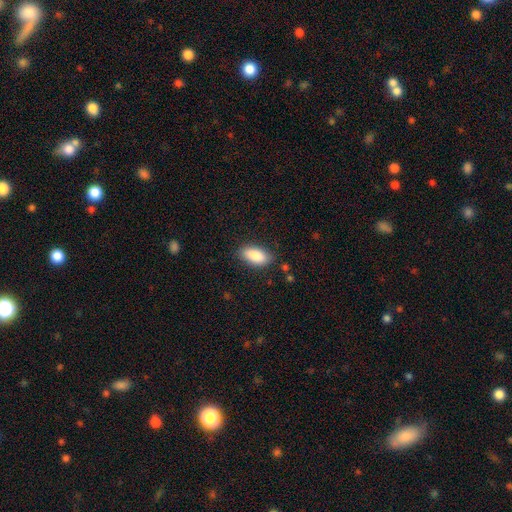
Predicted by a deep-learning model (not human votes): Q: Smooth or featured?
A: smooth (87%); runner-up: star or artifact (7%)
Q: How rounded?
A: in between (90%); runner-up: cigar-shaped (8%)
Q: Merging?
A: none (83%); runner-up: minor disturbance (13%)